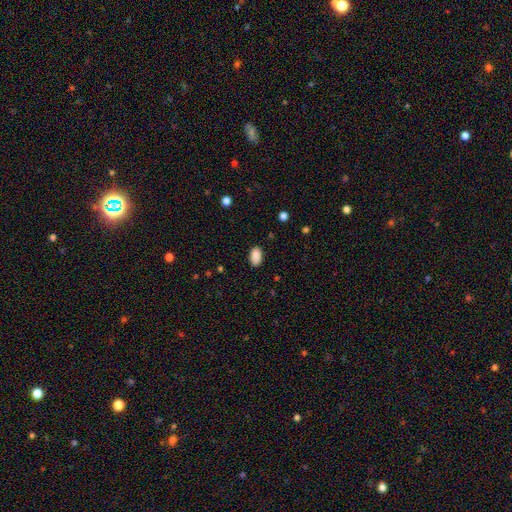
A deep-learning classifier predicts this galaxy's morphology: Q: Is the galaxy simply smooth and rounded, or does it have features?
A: smooth — 88%.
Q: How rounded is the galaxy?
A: in between — 92%.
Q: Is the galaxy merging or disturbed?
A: none — 84%.